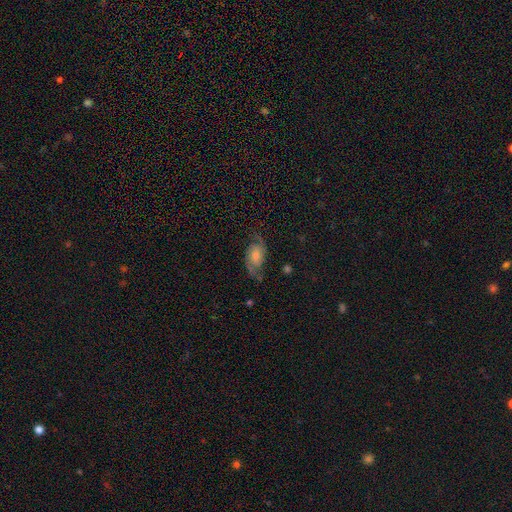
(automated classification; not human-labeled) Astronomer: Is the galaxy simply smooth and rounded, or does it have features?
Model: featured or disk — 76%.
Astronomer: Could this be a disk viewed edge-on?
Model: no — 96%.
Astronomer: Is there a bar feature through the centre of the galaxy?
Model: no — 59%.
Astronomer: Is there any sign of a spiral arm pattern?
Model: yes — 95%.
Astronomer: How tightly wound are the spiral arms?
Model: medium — 44% (runner-up: loose, 40%).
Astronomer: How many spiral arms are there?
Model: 2 — 91%.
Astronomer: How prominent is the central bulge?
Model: moderate — 44% (runner-up: small, 33%).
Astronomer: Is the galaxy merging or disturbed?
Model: none — 71%.